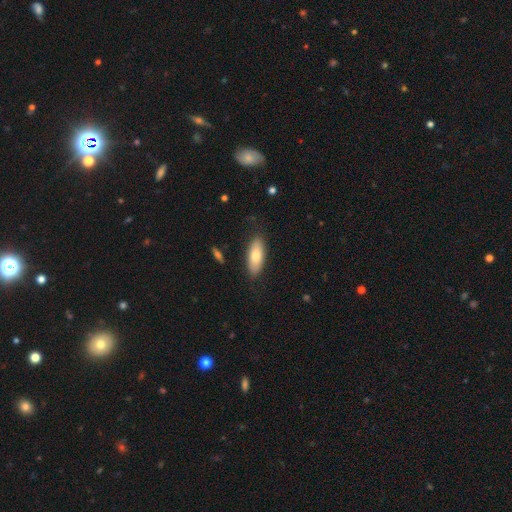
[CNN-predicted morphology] Overall: smooth (74%). How rounded: in between (78%). Merging: none (84%).